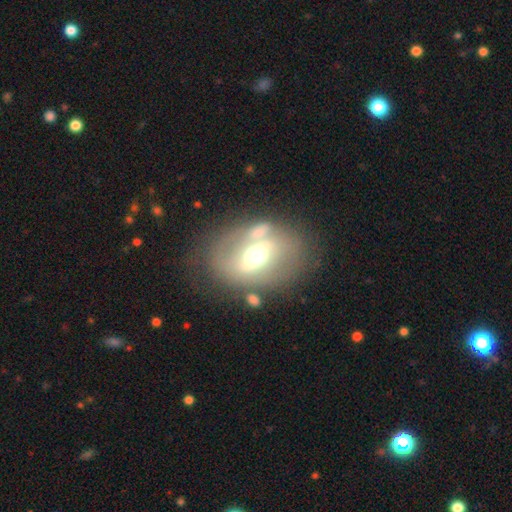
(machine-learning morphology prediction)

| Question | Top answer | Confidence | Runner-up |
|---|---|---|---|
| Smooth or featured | featured or disk | 59% | smooth (31%) |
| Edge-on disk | no | 89% | yes (11%) |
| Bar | strong | 36% | weak (34%) |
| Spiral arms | no | 67% | yes (33%) |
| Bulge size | moderate | 63% | large (23%) |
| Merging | none | 57% | minor disturbance (17%) |